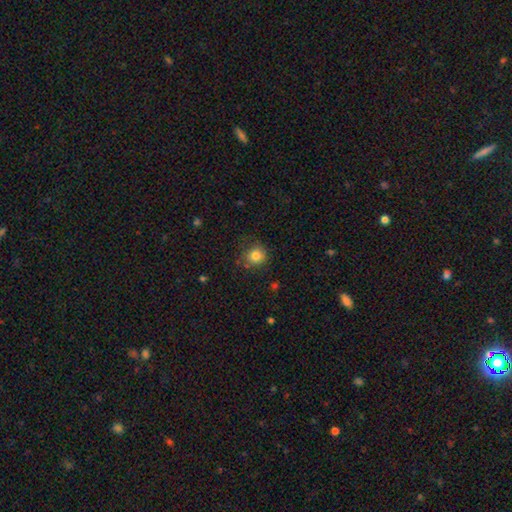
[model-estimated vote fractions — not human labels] Morphology: type=smooth (83%); roundness=round (88%); merging=none (75%).